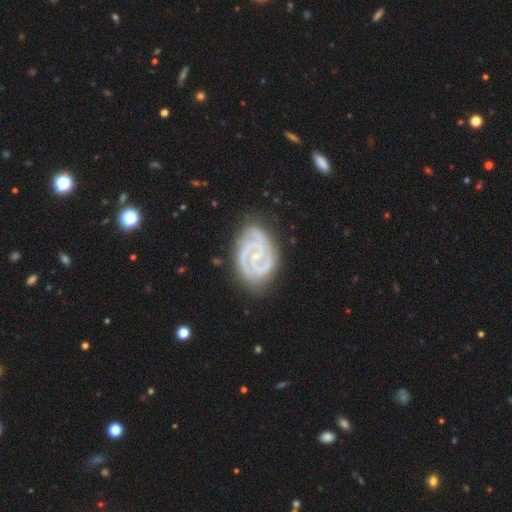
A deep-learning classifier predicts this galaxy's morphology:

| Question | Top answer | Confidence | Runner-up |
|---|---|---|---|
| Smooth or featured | featured or disk | 91% | smooth (5%) |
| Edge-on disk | no | 98% | yes (2%) |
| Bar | no | 47% | weak (38%) |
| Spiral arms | yes | 98% | no (2%) |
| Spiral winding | tight | 67% | medium (29%) |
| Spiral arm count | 2 | 65% | 3 (20%) |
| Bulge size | small | 73% | moderate (19%) |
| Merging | none | 75% | minor disturbance (18%) |